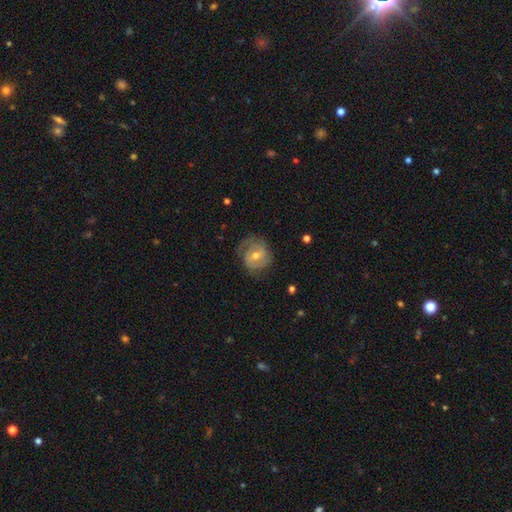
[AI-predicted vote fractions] A featured or disk galaxy (75%) with no bar (46%), 2 (61%) tight (51%) spiral arms (91%) and a moderate central bulge (57%).

Vote fractions:
- Smooth or featured? featured or disk: 75% / smooth: 17% / star or artifact: 7%
- Edge-on disk? no: 97% / yes: 3%
- Bar? no: 46% / weak: 42% / strong: 12%
- Spiral arms? yes: 91% / no: 9%
- Spiral winding? tight: 51% / medium: 37% / loose: 11%
- Spiral arm count? 2: 61% / can't tell: 20% / 3: 9% / 1: 5% / 4: 2% / more than 4: 2%
- Bulge size? moderate: 57% / small: 39% / large: 2% / none: 1% / dominant: 1%
- Merging? none: 73% / minor disturbance: 18% / major disturbance: 8% / merger: 1%